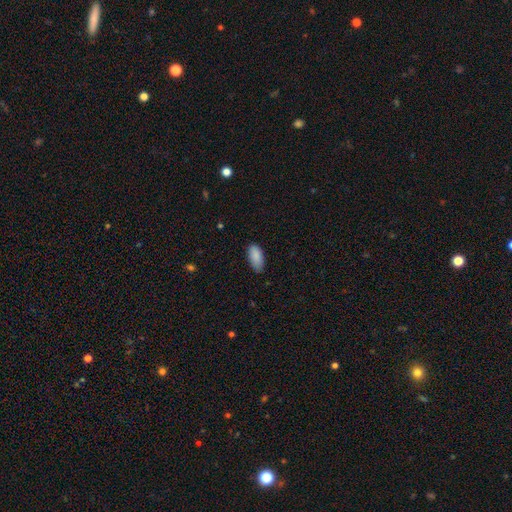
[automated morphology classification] Smooth or featured? Predicted: smooth (p=0.89). How rounded? Predicted: in between (p=0.91). Merging? Predicted: none (p=0.71).